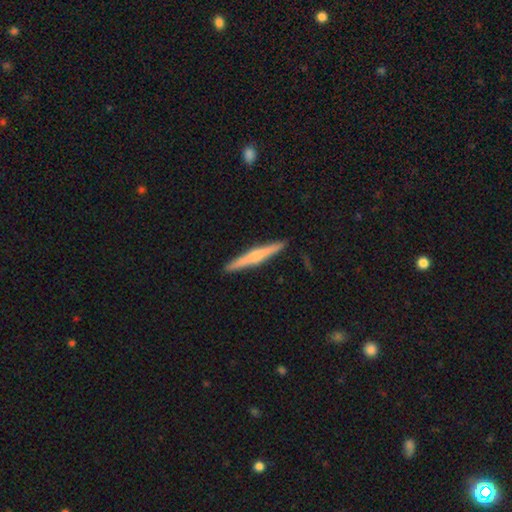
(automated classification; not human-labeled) This appears to be a featured or disk galaxy (55%) viewed edge-on (98%) with a rounded central bulge (70%). Merging: none (92%).